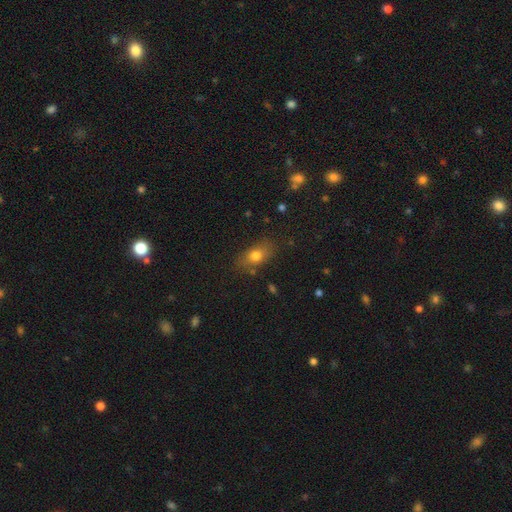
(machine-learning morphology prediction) A smooth galaxy with no disk features (75%) that is in between round and cigar-shaped (74%). Merging: none (74%).